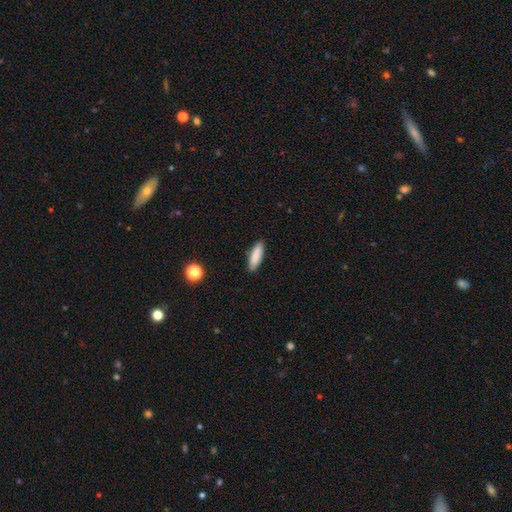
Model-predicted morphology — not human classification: This is clearly a smooth galaxy (86%). How rounded: possibly cigar-shaped (55%). Merging: clearly none (87%).